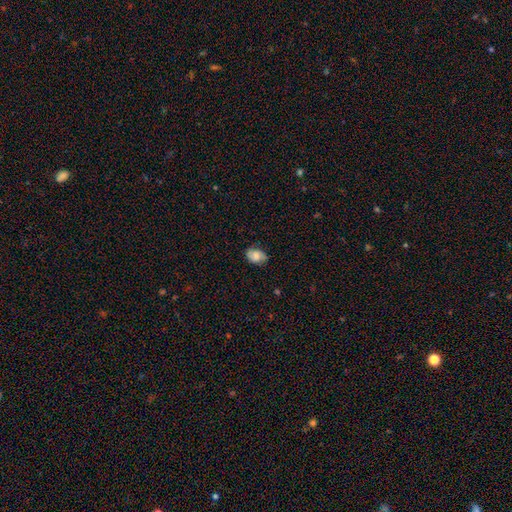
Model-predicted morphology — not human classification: Overall: smooth (74%). How rounded: in between (79%). Merging: none (75%).